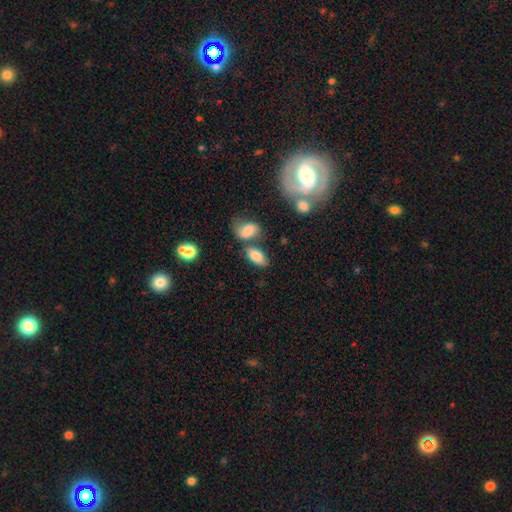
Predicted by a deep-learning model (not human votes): The model was most divided on "merging": none: 56%, merger: 23%, minor disturbance: 15%, major disturbance: 5%. More confident: how rounded — in between (92%); smooth or featured — smooth (82%).